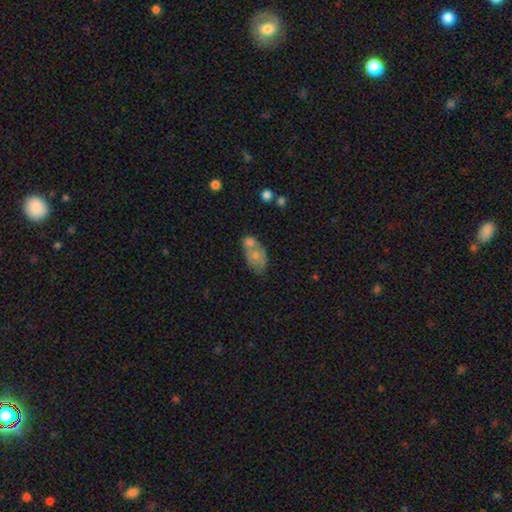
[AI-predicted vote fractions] Smooth or featured? smooth (62%)
How rounded? in between (83%)
Merging? merger (51%)